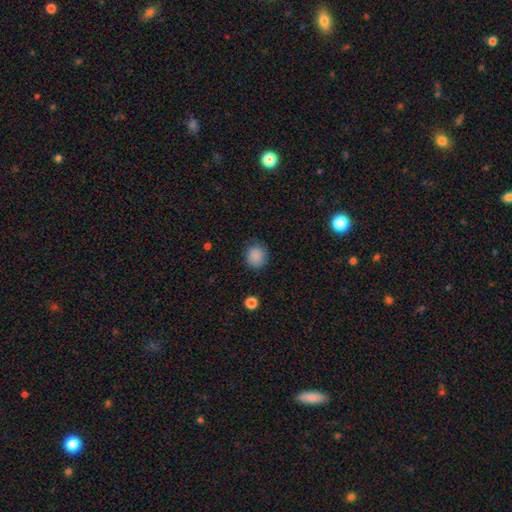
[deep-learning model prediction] smooth_or_featured: smooth (p=0.87) [alt: star or artifact p=0.10]
how_rounded: round (p=0.80) [alt: in between p=0.20]
merging: none (p=0.84) [alt: minor disturbance p=0.12]